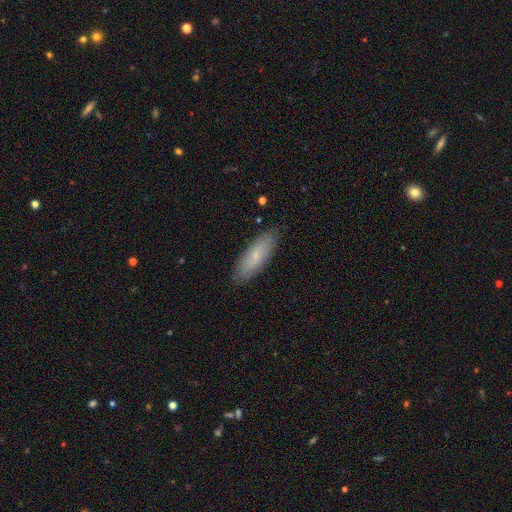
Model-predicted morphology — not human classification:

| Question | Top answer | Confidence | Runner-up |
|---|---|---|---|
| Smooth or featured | smooth | 69% | featured or disk (24%) |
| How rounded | in between | 51% | cigar-shaped (47%) |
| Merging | none | 87% | minor disturbance (10%) |